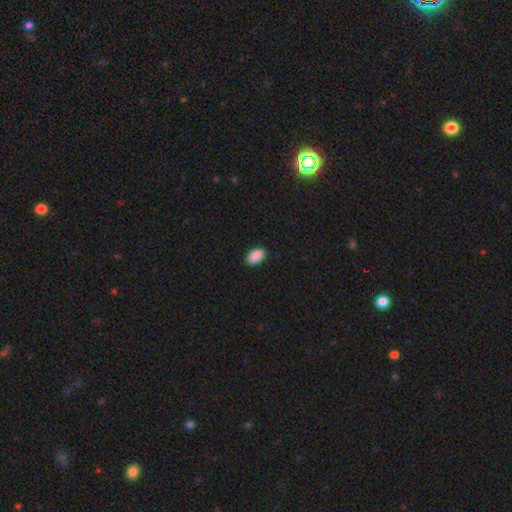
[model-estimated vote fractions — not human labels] This appears to be a smooth galaxy with no disk features (90%) that is in between round and cigar-shaped (94%). Merging: none (87%).